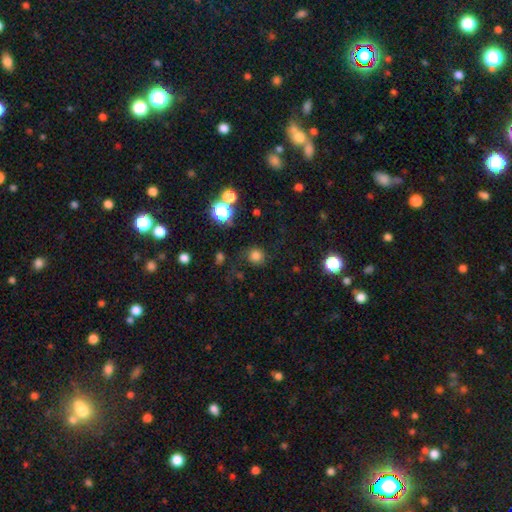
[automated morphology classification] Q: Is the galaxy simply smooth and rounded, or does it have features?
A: smooth — 75%.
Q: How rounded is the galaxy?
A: round — 91%.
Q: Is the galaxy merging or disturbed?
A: none — 78%.